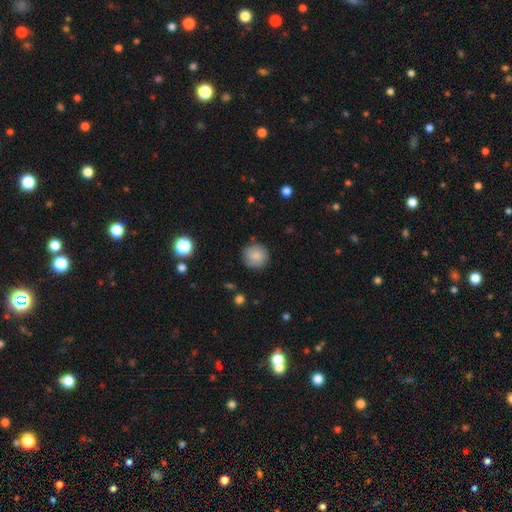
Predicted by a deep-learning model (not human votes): Smooth or featured? smooth (84%)
How rounded? round (92%)
Merging? none (85%)